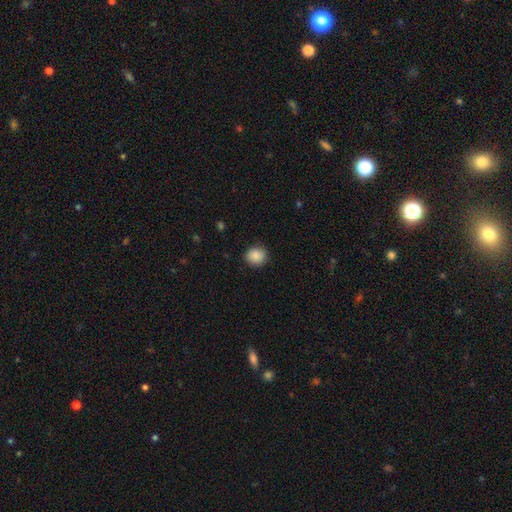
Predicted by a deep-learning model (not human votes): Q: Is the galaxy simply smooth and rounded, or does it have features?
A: smooth — 88%.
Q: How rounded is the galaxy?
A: round — 85%.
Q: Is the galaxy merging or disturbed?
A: none — 86%.